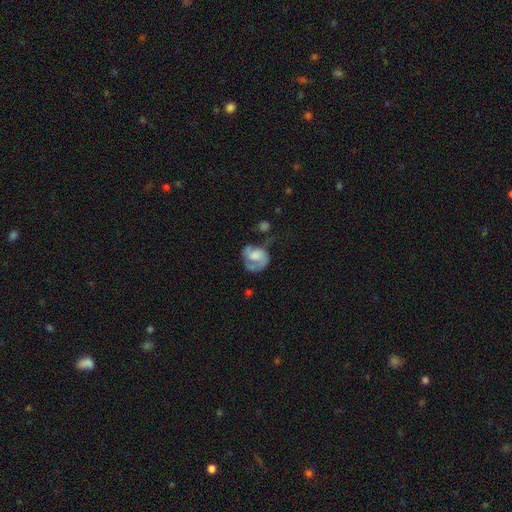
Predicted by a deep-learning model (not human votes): Smooth or featured: featured or disk — 61% (smooth — 32%)
Edge-on disk: no — 98% (yes — 2%)
Bar: no — 69% (weak — 26%)
Spiral arms: yes — 81% (no — 19%)
Bulge size: moderate — 30% (large — 27%)
Merging: none — 39% (major disturbance — 32%)